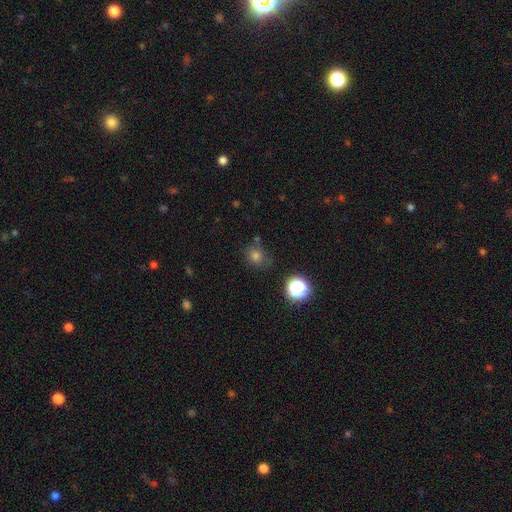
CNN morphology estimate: Smooth or featured?
  - smooth: 73% *
  - star or artifact: 19%
  - featured or disk: 8%
How rounded?
  - round: 68% *
  - in between: 31%
  - cigar-shaped: 1%
Merging?
  - none: 71% *
  - minor disturbance: 19%
  - major disturbance: 5%
  - merger: 5%